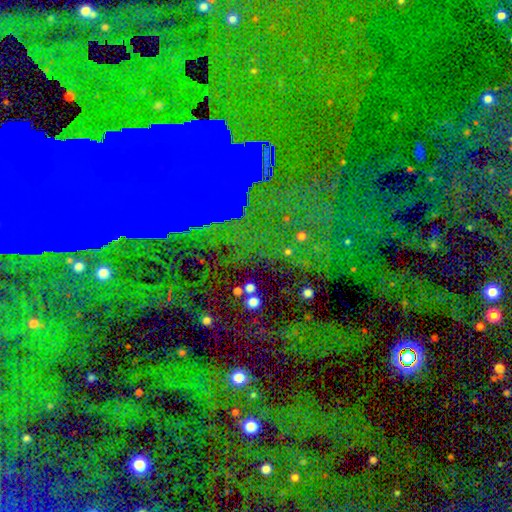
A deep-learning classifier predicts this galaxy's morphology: A star or artifact, not a galaxy (76%).